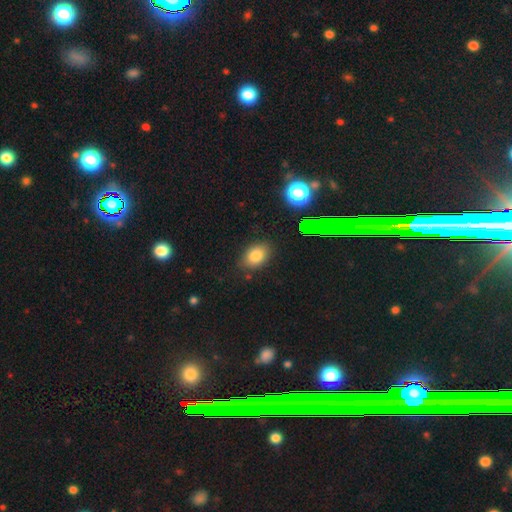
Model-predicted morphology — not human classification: The model was most divided on "how rounded": in between: 75%, round: 24%, cigar-shaped: 1%. More confident: merging — none (82%); smooth or featured — smooth (80%).